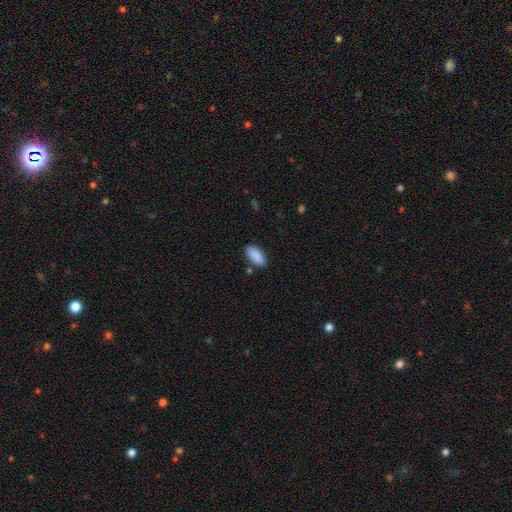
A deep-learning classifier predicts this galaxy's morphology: This is clearly a smooth galaxy (90%). How rounded: clearly in between (89%). Merging: clearly none (85%).